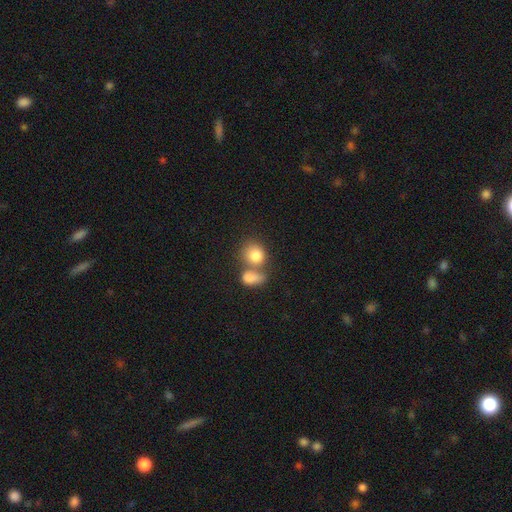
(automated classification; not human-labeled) This is clearly a smooth galaxy (82%). How rounded: likely round (64%). Merging: possibly merger (50%).